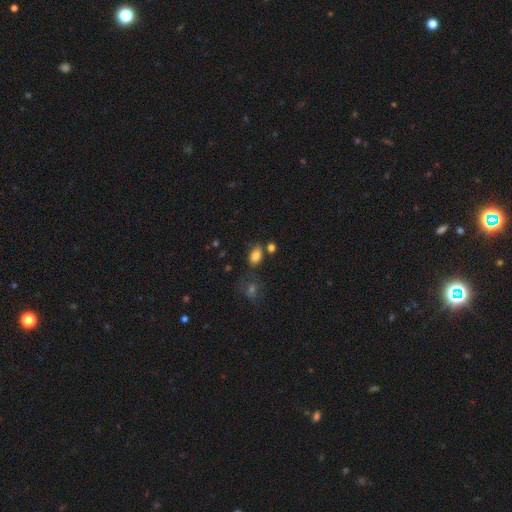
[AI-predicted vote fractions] A smooth galaxy with no disk features (83%) that is in between round and cigar-shaped (86%).

Vote fractions:
- Smooth or featured? smooth: 83% / star or artifact: 10% / featured or disk: 6%
- How rounded? in between: 86% / round: 12% / cigar-shaped: 2%
- Merging? none: 66% / minor disturbance: 17% / merger: 12% / major disturbance: 5%